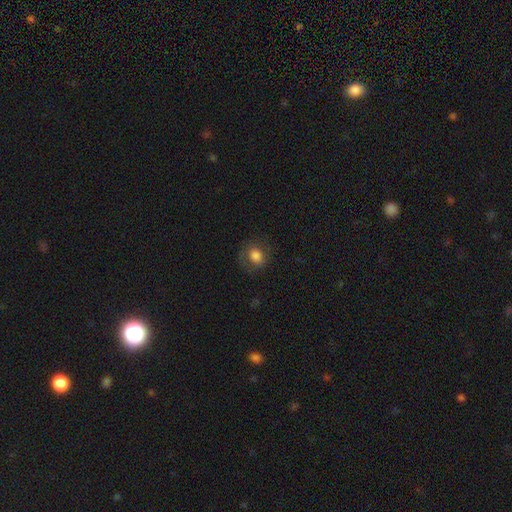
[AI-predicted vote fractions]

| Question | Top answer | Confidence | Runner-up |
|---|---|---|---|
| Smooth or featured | smooth | 78% | featured or disk (13%) |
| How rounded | round | 69% | in between (30%) |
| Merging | none | 74% | minor disturbance (16%) |